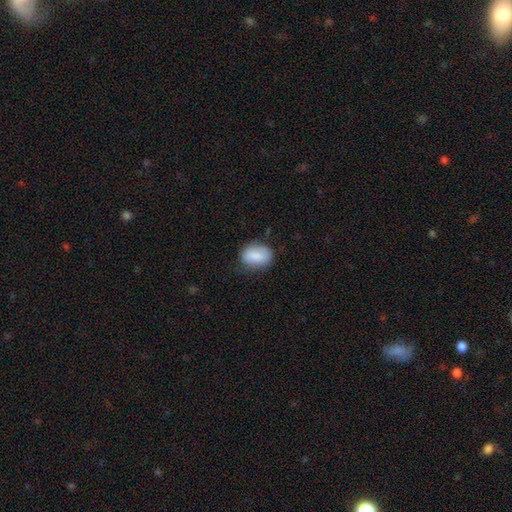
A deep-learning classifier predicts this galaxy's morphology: This appears to be a smooth galaxy with no disk features (85%) that is in between round and cigar-shaped (78%). Merging: none (68%).